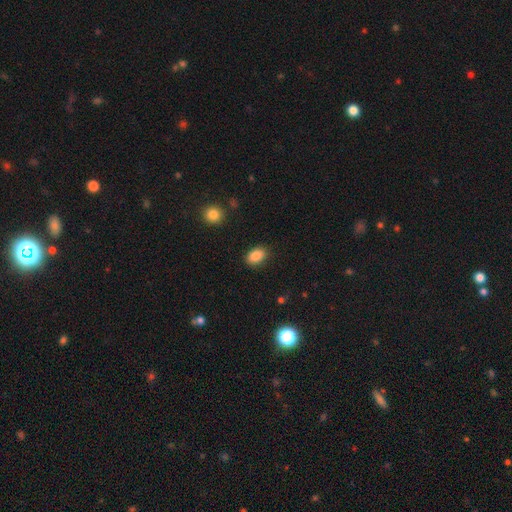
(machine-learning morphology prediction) Smooth or featured?
  - smooth: 87% *
  - star or artifact: 9%
  - featured or disk: 4%
How rounded?
  - in between: 84% *
  - round: 15%
  - cigar-shaped: 1%
Merging?
  - none: 87% *
  - minor disturbance: 9%
  - major disturbance: 3%
  - merger: 1%